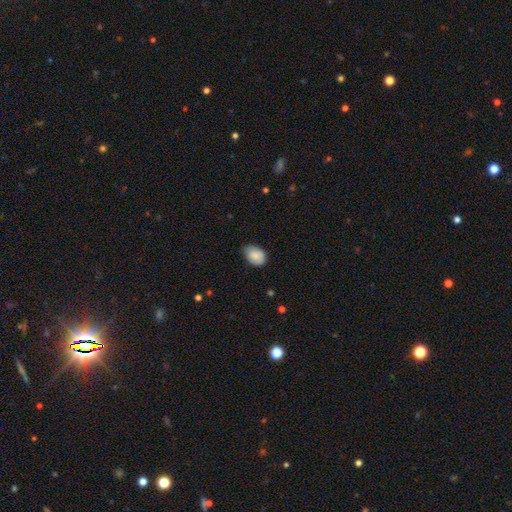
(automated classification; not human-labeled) smooth-or-featured: smooth: 87% | star or artifact: 7% | featured or disk: 6%
  how-rounded: in between: 79% | round: 20% | cigar-shaped: 1%
  merging: none: 69% | minor disturbance: 26% | major disturbance: 4% | merger: 1%